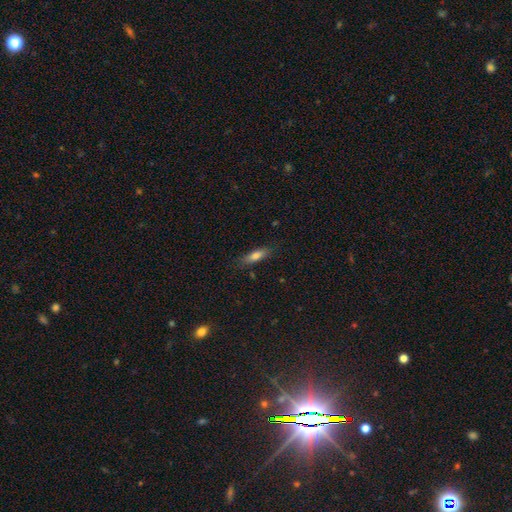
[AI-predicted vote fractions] Smooth or featured? Predicted: smooth (p=0.77). How rounded? Predicted: in between (p=0.52). Merging? Predicted: none (p=0.80).